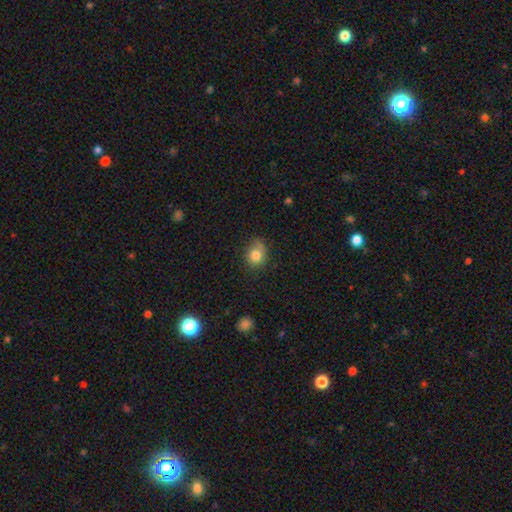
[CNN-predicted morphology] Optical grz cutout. It shows a smooth galaxy with no disk features (81%) that is round (72%). Merging: none (62%).